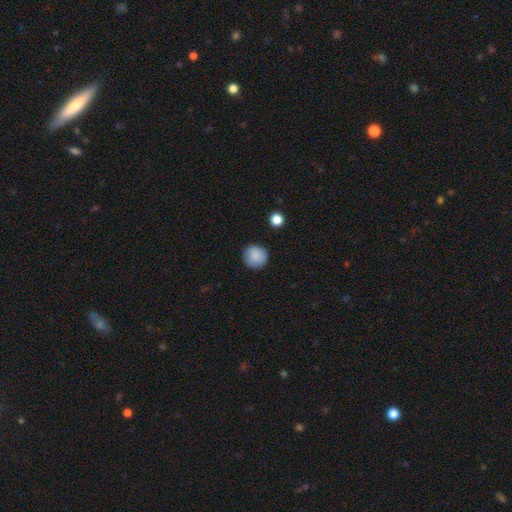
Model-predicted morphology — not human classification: A smooth galaxy with no disk features (88%) that is round (93%). Merging: none (88%).